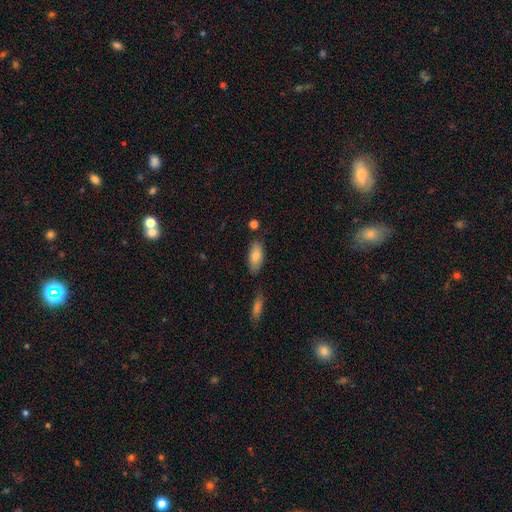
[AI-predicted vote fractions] Smooth or featured?
  - smooth: 83% *
  - featured or disk: 11%
  - star or artifact: 6%
How rounded?
  - in between: 85% *
  - cigar-shaped: 13%
  - round: 2%
Merging?
  - none: 73% *
  - minor disturbance: 17%
  - merger: 7%
  - major disturbance: 4%